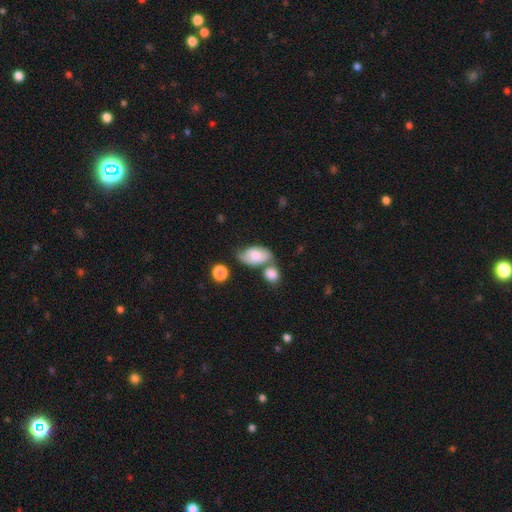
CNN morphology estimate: This appears to be a smooth galaxy with no disk features (67%) that is in between round and cigar-shaped (90%). Merging: none (38%).